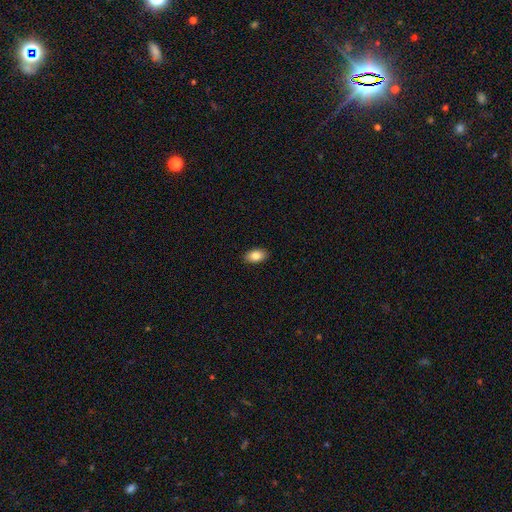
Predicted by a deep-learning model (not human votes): smooth_or_featured: smooth (p=0.84) [alt: featured or disk p=0.08]
how_rounded: in between (p=0.92) [alt: round p=0.06]
merging: none (p=0.90) [alt: minor disturbance p=0.08]